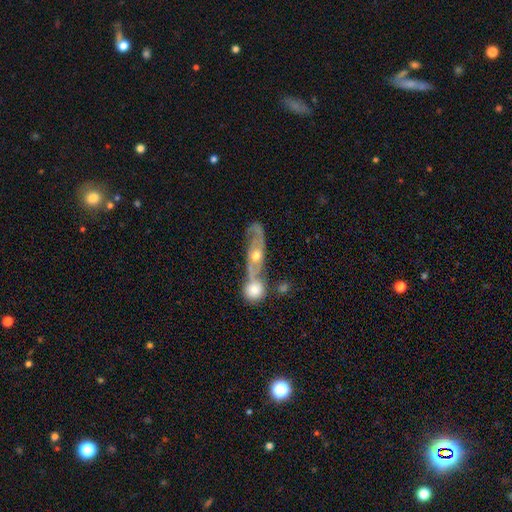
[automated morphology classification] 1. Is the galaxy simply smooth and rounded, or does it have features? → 73% featured or disk, 21% smooth, 7% star or artifact.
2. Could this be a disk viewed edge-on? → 79% no, 21% yes.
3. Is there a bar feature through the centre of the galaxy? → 69% no, 23% weak, 8% strong.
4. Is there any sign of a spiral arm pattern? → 78% yes, 22% no.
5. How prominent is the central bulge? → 69% moderate, 23% small, 5% large, 2% none, 1% dominant.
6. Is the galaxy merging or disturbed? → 48% merger, 33% none, 12% minor disturbance, 8% major disturbance.